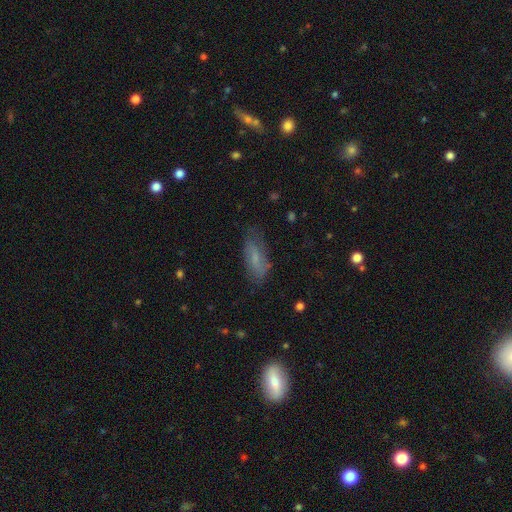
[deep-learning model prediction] Smooth or featured? Predicted: smooth (p=0.54). How rounded? Predicted: in between (p=0.67). Merging? Predicted: none (p=0.68).